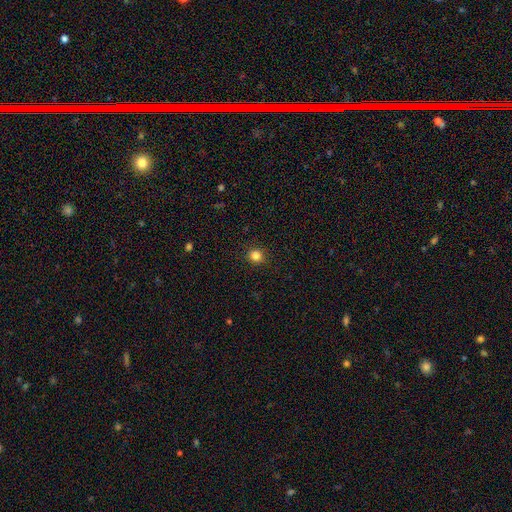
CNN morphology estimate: A smooth galaxy with no disk features (84%) that is round (92%).

Vote fractions:
- Smooth or featured? smooth: 84% / star or artifact: 13% / featured or disk: 4%
- How rounded? round: 92% / in between: 7% / cigar-shaped: 1%
- Merging? none: 92% / minor disturbance: 6% / major disturbance: 2% / merger: 1%